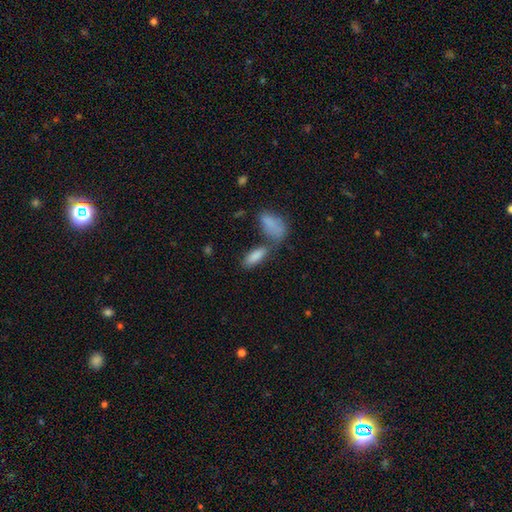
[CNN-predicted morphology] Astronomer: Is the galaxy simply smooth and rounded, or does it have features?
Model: smooth — 84%.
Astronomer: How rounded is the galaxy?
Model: in between — 71%.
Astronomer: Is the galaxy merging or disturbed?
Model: none — 50% (runner-up: merger, 31%).